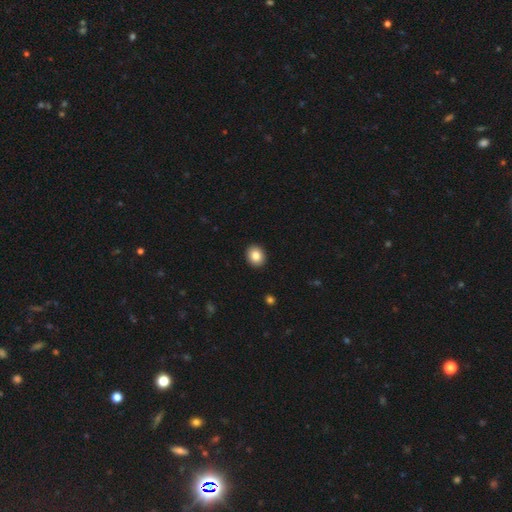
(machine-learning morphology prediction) Q: Smooth or featured?
A: smooth (85%); runner-up: star or artifact (8%)
Q: How rounded?
A: round (60%); runner-up: in between (39%)
Q: Merging?
A: none (92%); runner-up: minor disturbance (5%)